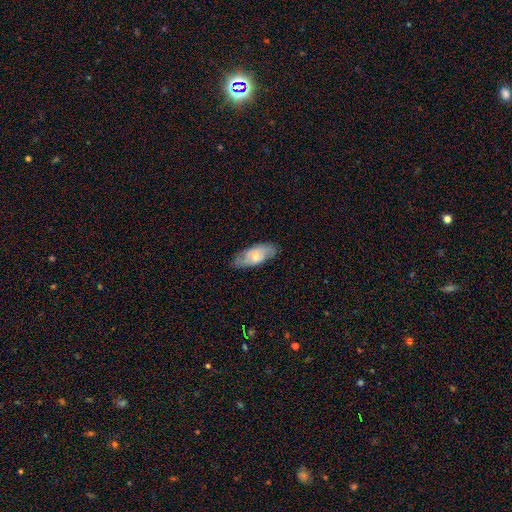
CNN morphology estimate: Smooth or featured? Predicted: smooth (p=0.55). How rounded? Predicted: in between (p=0.84). Merging? Predicted: none (p=0.73).